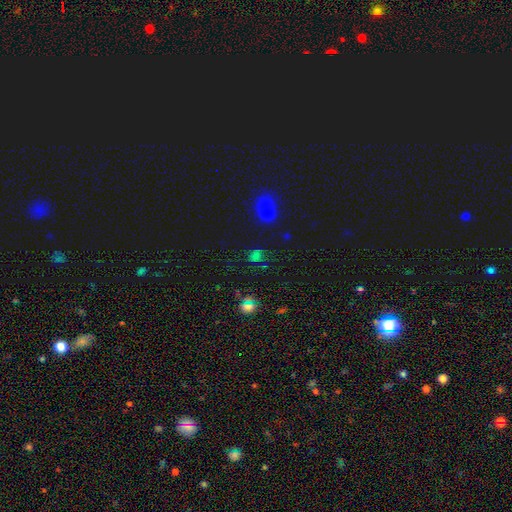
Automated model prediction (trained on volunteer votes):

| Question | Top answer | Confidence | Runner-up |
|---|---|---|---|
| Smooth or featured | smooth | 47% | star or artifact (44%) |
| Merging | none | 64% | minor disturbance (16%) |